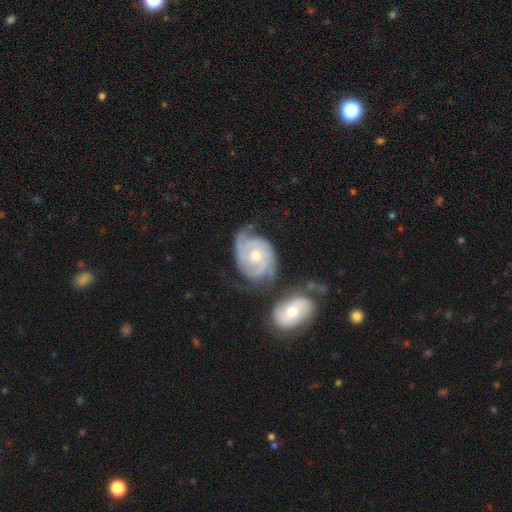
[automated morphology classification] The model was most divided on "spiral arm count": 2: 38%, 3: 27%, can't tell: 20%, 4: 6%, 1: 5%, more than 4: 4%. Remaining: edge-on disk — no (97%); spiral arms — yes (95%); smooth or featured — featured or disk (85%); bar — no (70%); bulge size — moderate (63%); spiral winding — tight (54%); merging — none (45%).